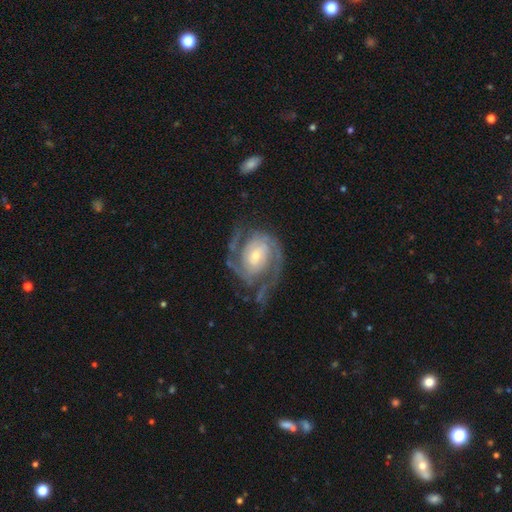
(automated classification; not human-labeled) smooth-or-featured: featured or disk: 90% | smooth: 5% | star or artifact: 5%
  disk-edge-on: no: 98% | yes: 2%
    bar: no: 51% | weak: 35% | strong: 14%
    has-spiral-arms: yes: 97% | no: 3%
      spiral-winding: tight: 46% | medium: 43% | loose: 11%
      spiral-arm-count: 2: 69% | 3: 12% | can't tell: 9% | 4: 3% | 1: 3% | more than 4: 3%
    bulge-size: small: 52% | moderate: 39% | large: 6% | none: 2% | dominant: 1%
  merging: none: 65% | minor disturbance: 18% | major disturbance: 15% | merger: 2%